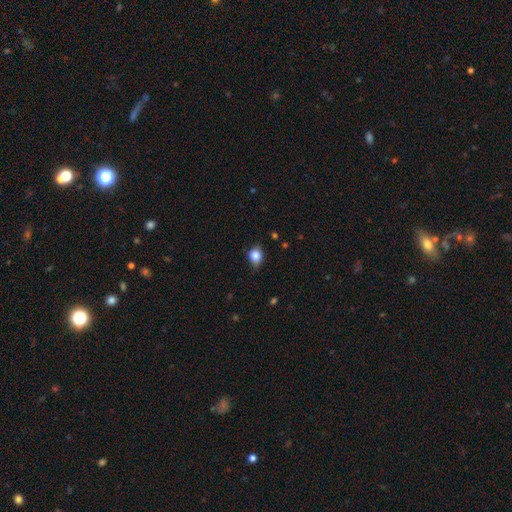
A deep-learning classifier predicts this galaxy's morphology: The model was most divided on "how rounded": round: 50%, in between: 49%, cigar-shaped: 2%. More confident: smooth or featured — smooth (79%); merging — none (63%).